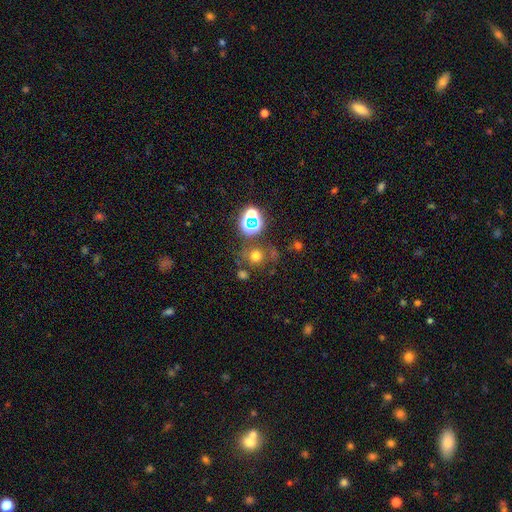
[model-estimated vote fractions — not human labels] Smooth or featured? smooth (61%)
How rounded? round (86%)
Merging? none (69%)